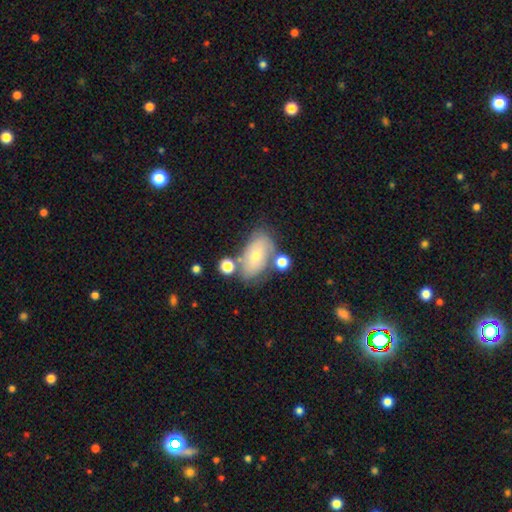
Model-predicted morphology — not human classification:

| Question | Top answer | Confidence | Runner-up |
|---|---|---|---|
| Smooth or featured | smooth | 52% | featured or disk (39%) |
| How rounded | in between | 87% | round (10%) |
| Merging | none | 57% | minor disturbance (21%) |